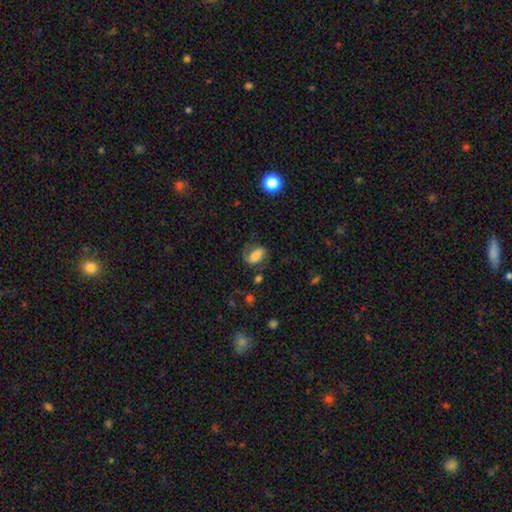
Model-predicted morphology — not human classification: Smooth or featured: smooth — 51% (featured or disk — 39%)
How rounded: in between — 82% (round — 14%)
Merging: none — 52% (minor disturbance — 24%)